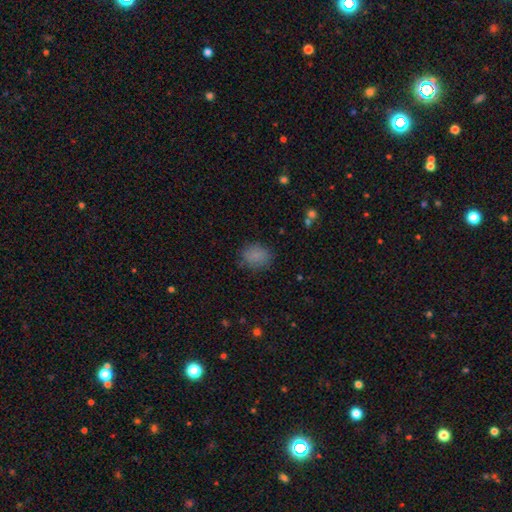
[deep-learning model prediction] Smooth or featured?
  - smooth: 83% *
  - star or artifact: 11%
  - featured or disk: 5%
How rounded?
  - round: 53% *
  - in between: 46%
  - cigar-shaped: 1%
Merging?
  - none: 81% *
  - minor disturbance: 14%
  - major disturbance: 4%
  - merger: 1%